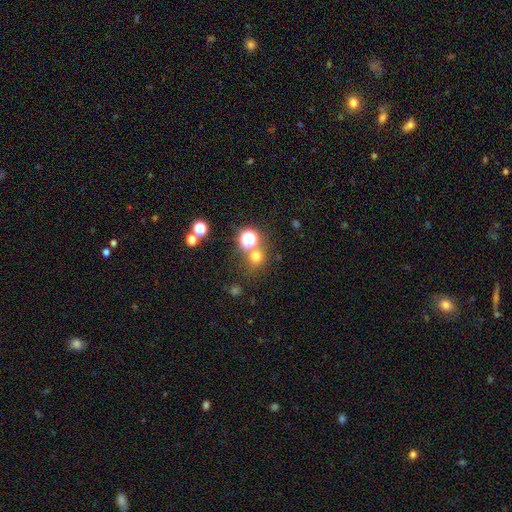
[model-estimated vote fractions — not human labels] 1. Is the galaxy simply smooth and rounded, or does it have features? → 65% smooth, 28% star or artifact, 7% featured or disk.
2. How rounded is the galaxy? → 88% round, 11% in between, 1% cigar-shaped.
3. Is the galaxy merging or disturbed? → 69% none, 18% merger, 9% minor disturbance, 4% major disturbance.